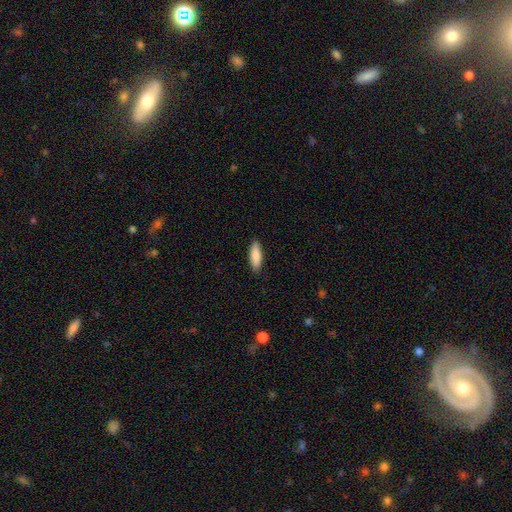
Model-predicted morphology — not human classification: A smooth galaxy with no disk features (85%) that is in between round and cigar-shaped (50%).

Vote fractions:
- Smooth or featured? smooth: 85% / featured or disk: 9% / star or artifact: 6%
- How rounded? in between: 50% / cigar-shaped: 48% / round: 2%
- Merging? none: 89% / minor disturbance: 8% / major disturbance: 2% / merger: 1%